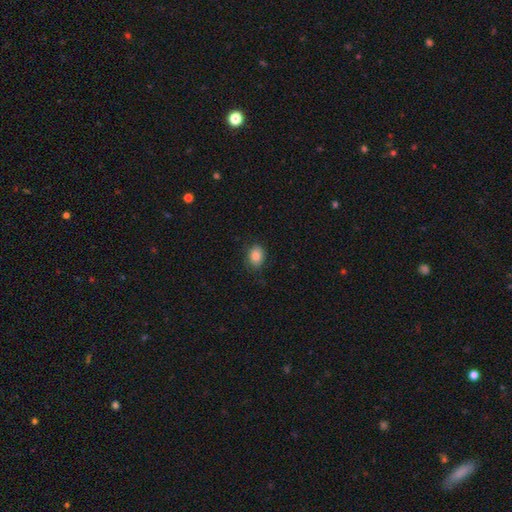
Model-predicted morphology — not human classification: This appears to be a smooth galaxy with no disk features (85%) that is in between round and cigar-shaped (61%). Merging: none (78%).